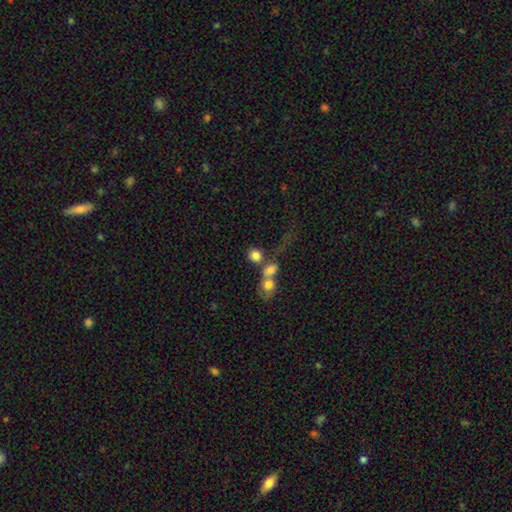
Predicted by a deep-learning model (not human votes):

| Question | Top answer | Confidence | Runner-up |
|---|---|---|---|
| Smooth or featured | smooth | 78% | featured or disk (11%) |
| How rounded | round | 79% | in between (20%) |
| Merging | merger | 47% | none (35%) |